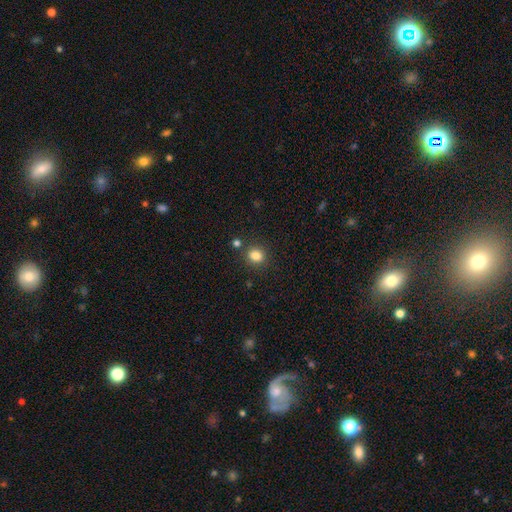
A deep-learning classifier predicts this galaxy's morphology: smooth 82%, star or artifact 12%, featured or disk 6%. Down the decision tree: how rounded — round (68%); merging — none (81%).